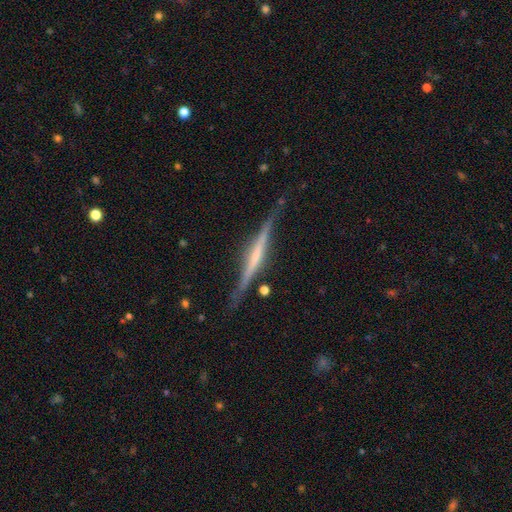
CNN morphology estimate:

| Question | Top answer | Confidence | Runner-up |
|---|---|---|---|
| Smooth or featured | featured or disk | 76% | smooth (18%) |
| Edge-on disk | yes | 97% | no (3%) |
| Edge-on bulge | none | 43% | rounded (36%) |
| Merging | none | 82% | minor disturbance (13%) |